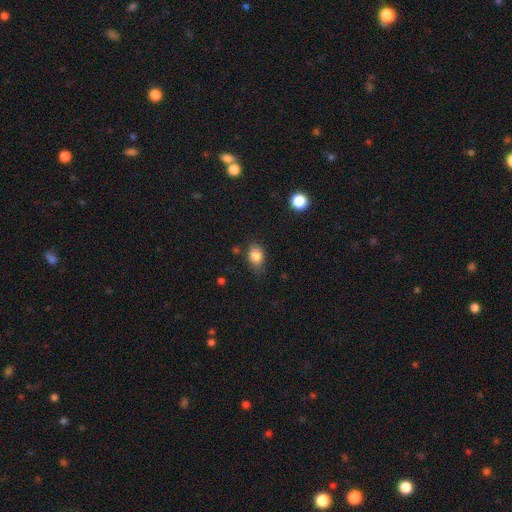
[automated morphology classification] smooth 83%, star or artifact 10%, featured or disk 7%. Down the decision tree: how rounded — in between (68%); merging — none (71%).